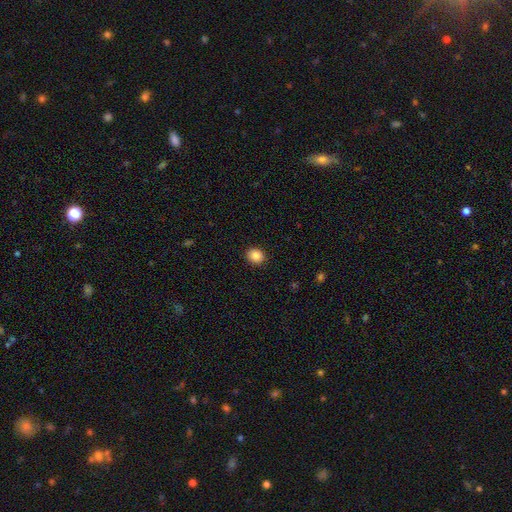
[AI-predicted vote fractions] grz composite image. It shows a smooth galaxy with no disk features (87%) that is round (74%). Merging: none (91%).